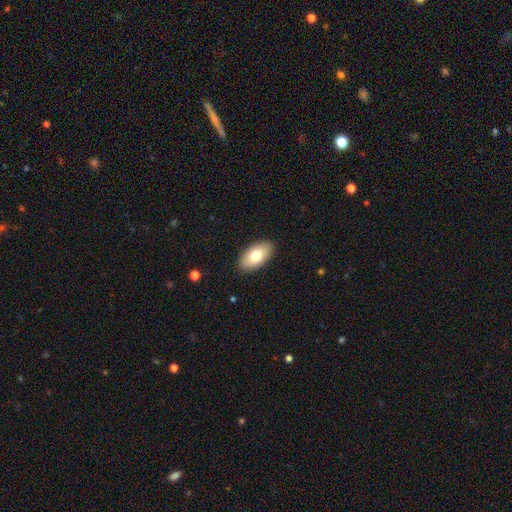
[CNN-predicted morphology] smooth-or-featured: smooth: 77% | featured or disk: 17% | star or artifact: 7%
  how-rounded: in between: 94% | round: 3% | cigar-shaped: 2%
  merging: none: 89% | minor disturbance: 8% | major disturbance: 2% | merger: 1%